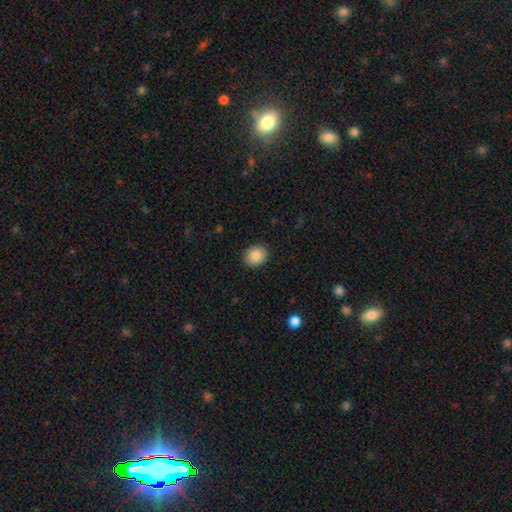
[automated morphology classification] smooth 88%, star or artifact 8%, featured or disk 4%. Down the decision tree: how rounded — round (62%); merging — none (90%).